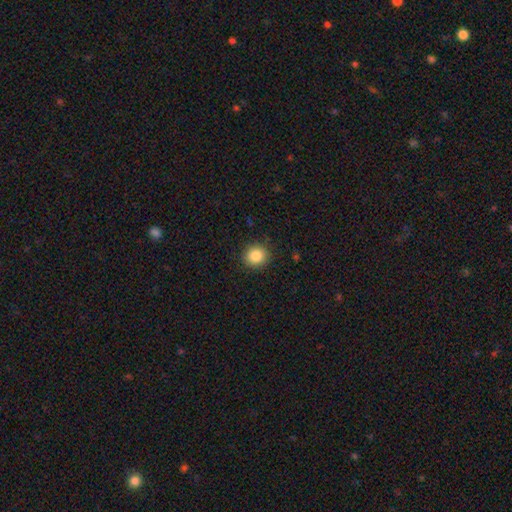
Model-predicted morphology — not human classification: Smooth or featured? Predicted: smooth (p=0.85). How rounded? Predicted: round (p=0.85). Merging? Predicted: none (p=0.90).